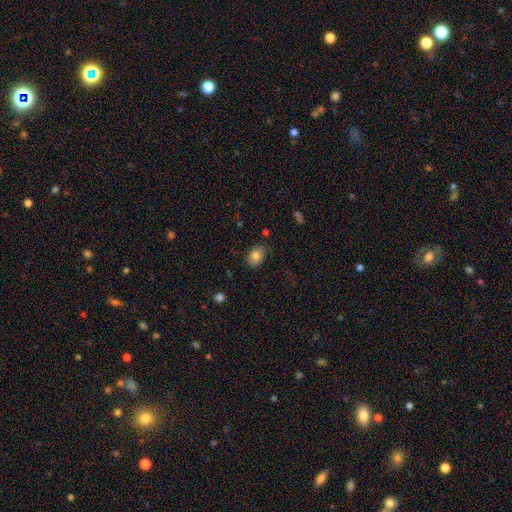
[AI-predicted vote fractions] This is clearly a smooth galaxy (81%). How rounded: likely in between (71%). Merging: likely none (80%).